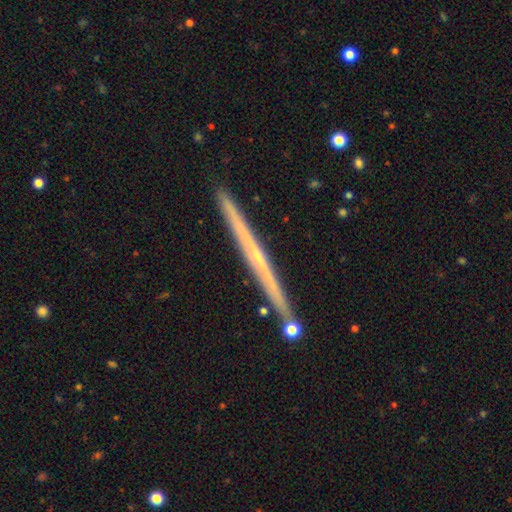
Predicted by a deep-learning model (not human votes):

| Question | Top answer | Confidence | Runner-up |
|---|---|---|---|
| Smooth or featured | featured or disk | 73% | smooth (21%) |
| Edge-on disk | yes | 98% | no (2%) |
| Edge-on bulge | none | 62% | rounded (35%) |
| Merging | none | 90% | minor disturbance (6%) |